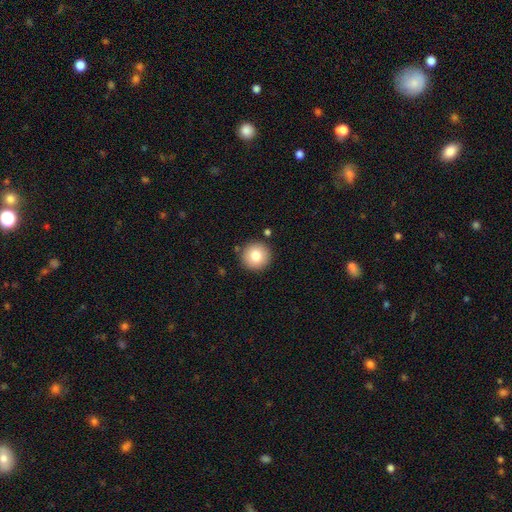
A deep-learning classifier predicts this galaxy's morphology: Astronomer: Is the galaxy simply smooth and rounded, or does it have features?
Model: smooth — 79%.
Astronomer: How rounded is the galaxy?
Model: round — 95%.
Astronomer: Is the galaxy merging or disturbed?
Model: none — 89%.